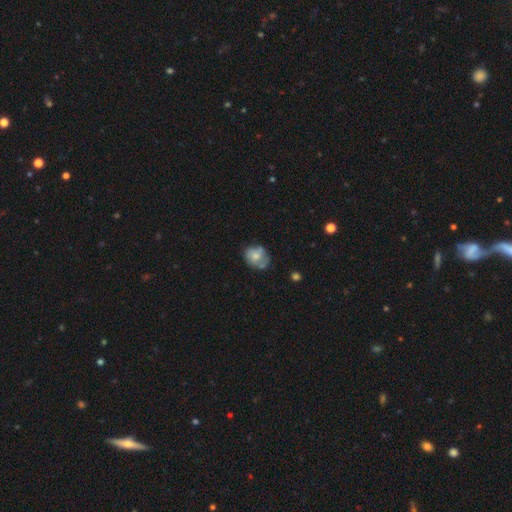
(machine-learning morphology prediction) This is possibly a smooth galaxy (55%). How rounded: possibly round (57%). Merging: possibly none (49%).